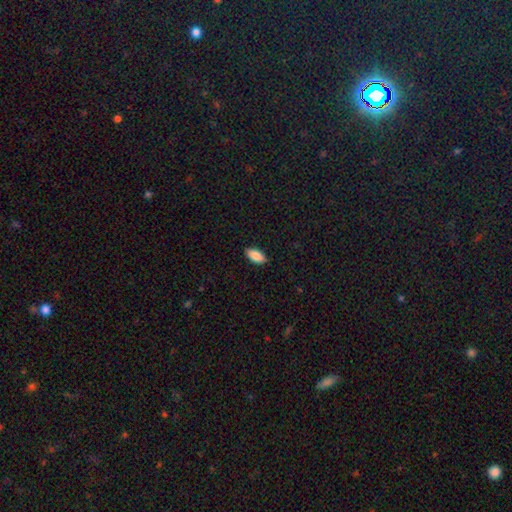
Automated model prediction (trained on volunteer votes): smooth 86%, featured or disk 7%, star or artifact 7%. Down the decision tree: how rounded — in between (92%); merging — none (89%).